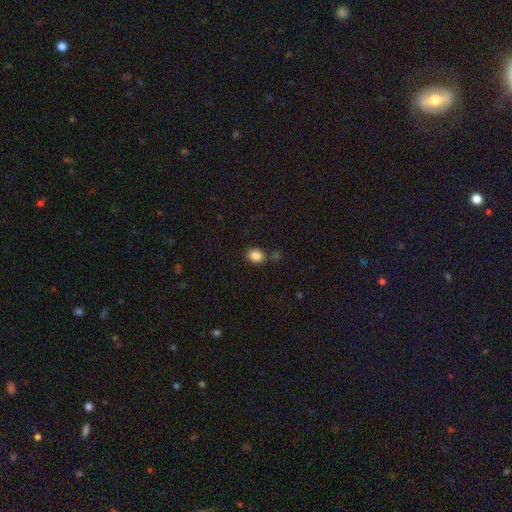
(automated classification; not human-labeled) Smooth or featured?
  - smooth: 86% *
  - star or artifact: 10%
  - featured or disk: 4%
How rounded?
  - in between: 62% *
  - round: 37%
  - cigar-shaped: 1%
Merging?
  - none: 78% *
  - minor disturbance: 12%
  - merger: 6%
  - major disturbance: 3%